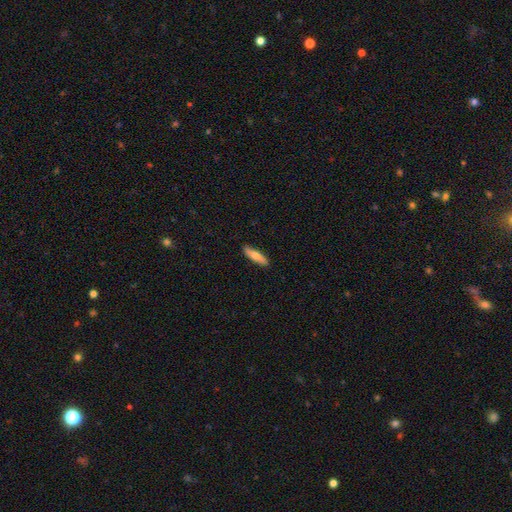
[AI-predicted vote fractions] This is likely a smooth galaxy (70%). How rounded: likely cigar-shaped (73%). Merging: clearly none (88%).